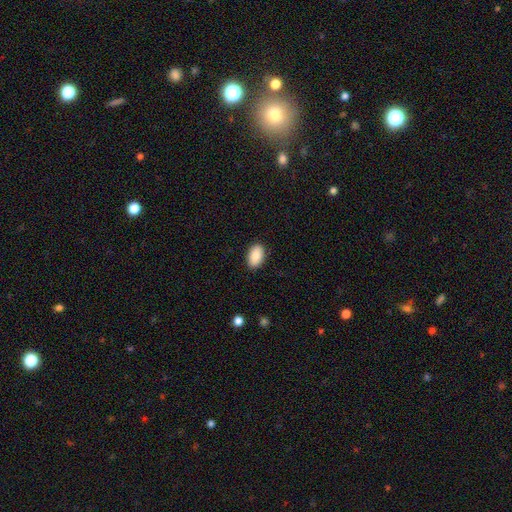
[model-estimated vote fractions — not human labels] Overall: smooth (89%). How rounded: in between (94%). Merging: none (89%).